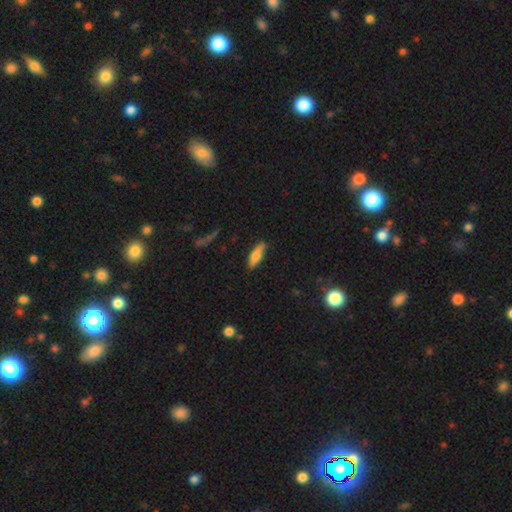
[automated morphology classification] The model was most divided on "how rounded": in between: 51%, cigar-shaped: 47%, round: 2%. More confident: merging — none (75%); smooth or featured — smooth (74%).